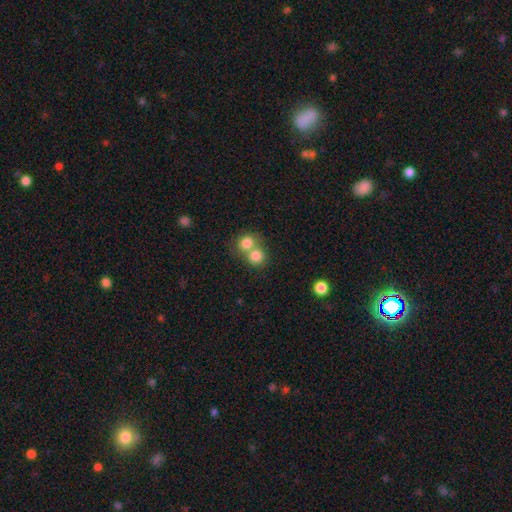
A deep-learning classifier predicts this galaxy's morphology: smooth_or_featured: smooth (p=0.80) [alt: star or artifact p=0.10]
how_rounded: round (p=0.82) [alt: in between p=0.17]
merging: merger (p=0.56) [alt: none p=0.36]